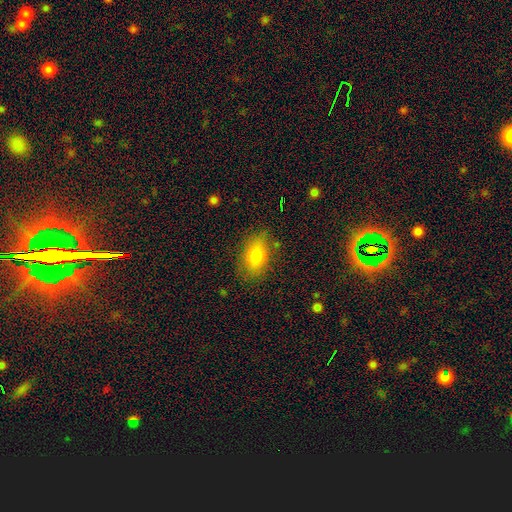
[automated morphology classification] Q: Smooth or featured?
A: smooth (79%); runner-up: featured or disk (12%)
Q: How rounded?
A: in between (82%); runner-up: round (15%)
Q: Merging?
A: none (80%); runner-up: minor disturbance (14%)